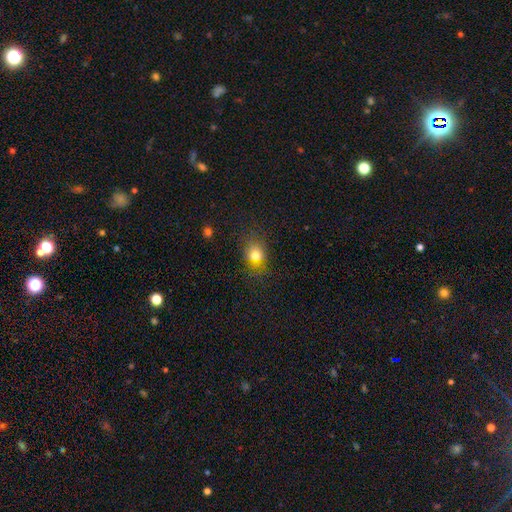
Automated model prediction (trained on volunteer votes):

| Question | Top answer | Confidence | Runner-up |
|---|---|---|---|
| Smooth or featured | smooth | 74% | star or artifact (15%) |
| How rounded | in between | 51% | round (47%) |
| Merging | none | 78% | minor disturbance (14%) |